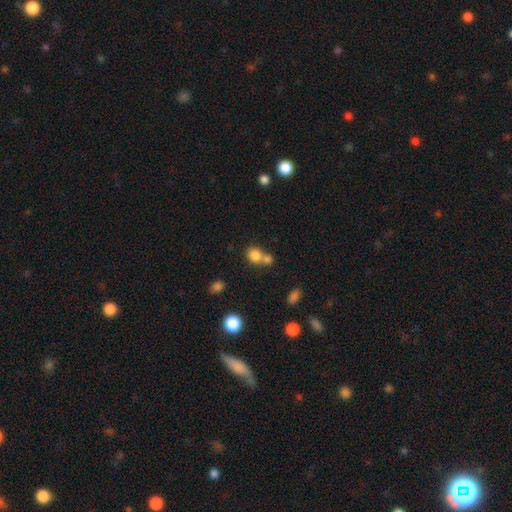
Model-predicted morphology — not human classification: A smooth galaxy with no disk features (81%) that is round (74%).

Vote fractions:
- Smooth or featured? smooth: 81% / star or artifact: 11% / featured or disk: 8%
- How rounded? round: 74% / in between: 25% / cigar-shaped: 1%
- Merging? merger: 50% / none: 40% / minor disturbance: 7% / major disturbance: 3%